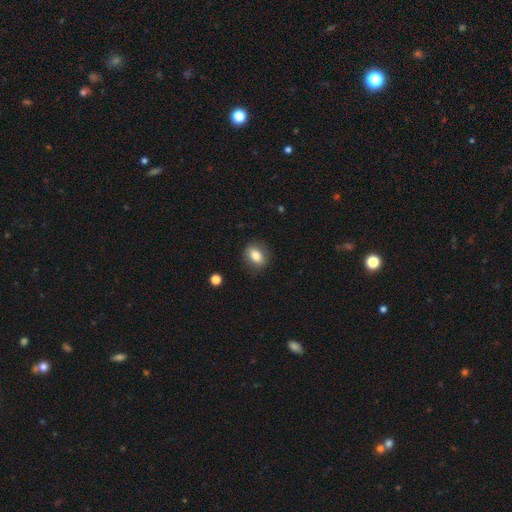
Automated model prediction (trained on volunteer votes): Morphology: type=smooth (82%); roundness=in between (68%); merging=none (85%).